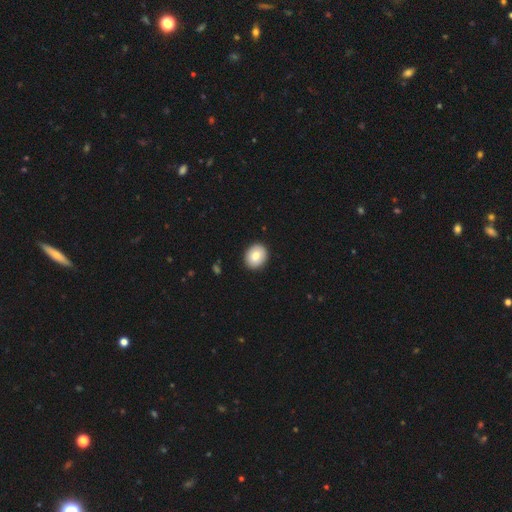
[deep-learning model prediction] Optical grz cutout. It shows a smooth galaxy with no disk features (80%) that is round (64%). Merging: none (91%).